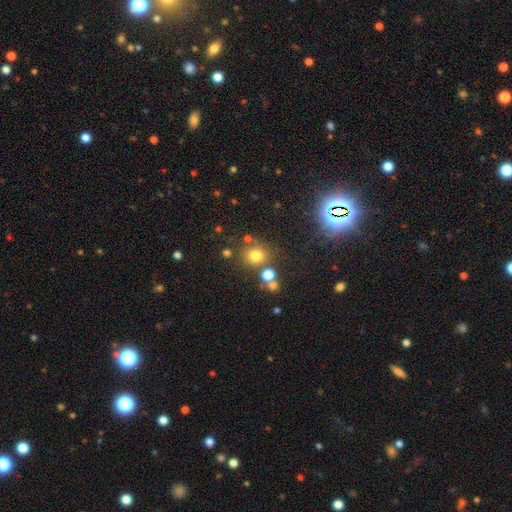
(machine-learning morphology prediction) A smooth galaxy with no disk features (73%) that is round (83%). Merging: none (73%).